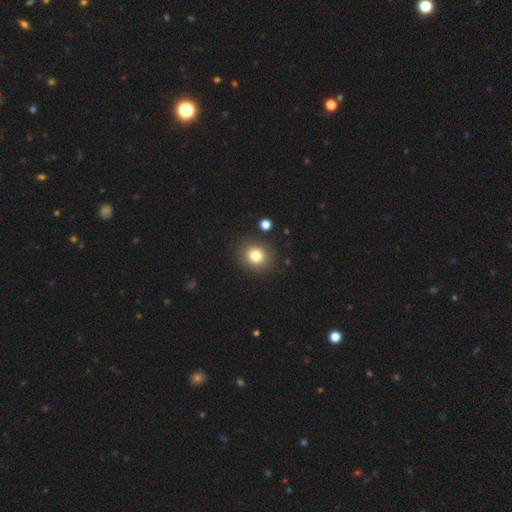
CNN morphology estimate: smooth_or_featured: smooth (p=0.80) [alt: star or artifact p=0.12]
how_rounded: round (p=0.77) [alt: in between p=0.22]
merging: none (p=0.87) [alt: minor disturbance p=0.08]